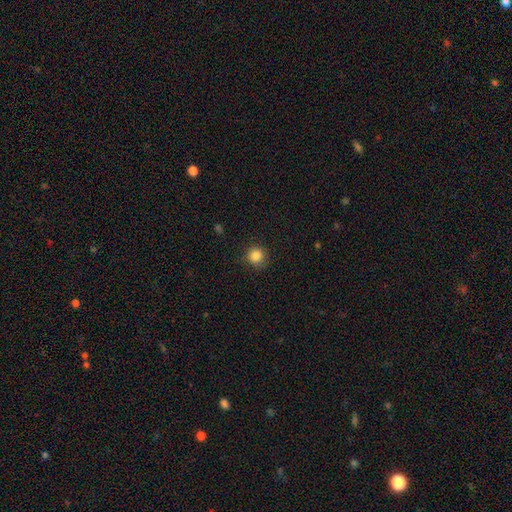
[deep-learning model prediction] Overall: smooth (86%). How rounded: round (92%). Merging: none (83%).